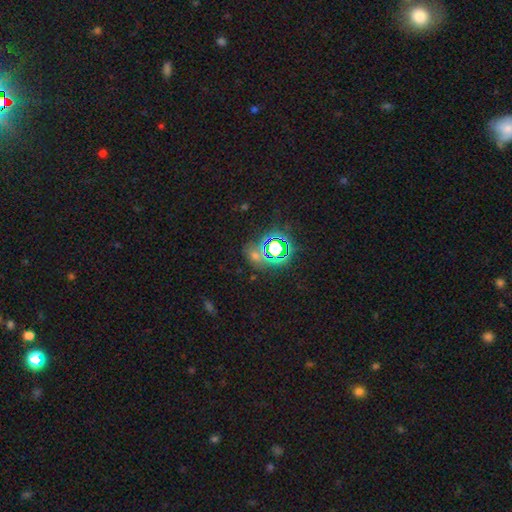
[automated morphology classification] star or artifact 59%, smooth 31%, featured or disk 10%.